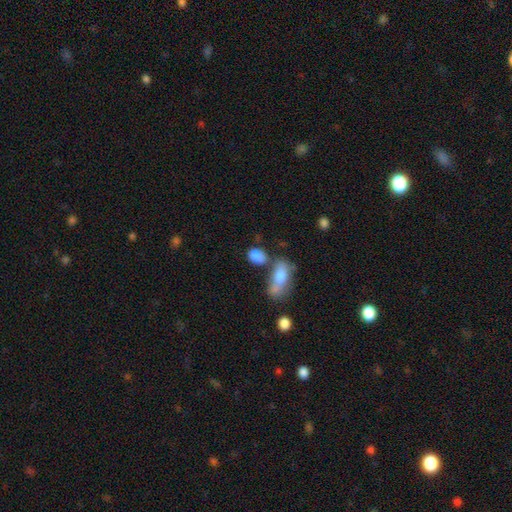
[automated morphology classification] Overall: smooth (83%). How rounded: in between (73%). Merging: none (49%; merger 26%).